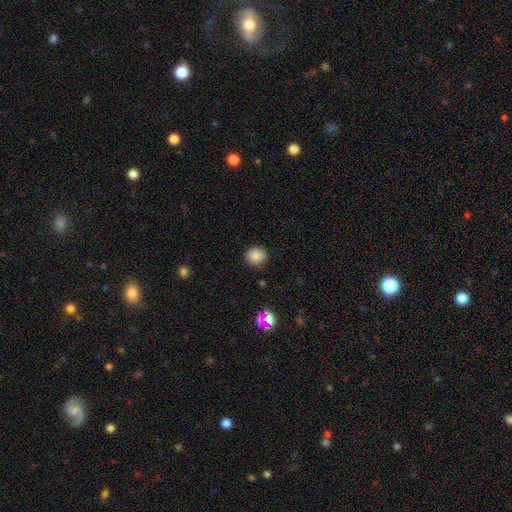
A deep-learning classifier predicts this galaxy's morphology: smooth 84%, star or artifact 12%, featured or disk 4%. Down the decision tree: how rounded — round (85%); merging — none (84%).